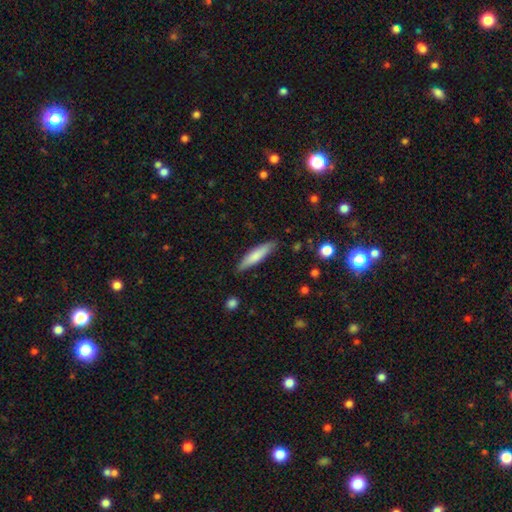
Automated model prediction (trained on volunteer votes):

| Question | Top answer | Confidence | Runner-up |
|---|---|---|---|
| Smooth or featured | smooth | 73% | featured or disk (21%) |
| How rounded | cigar-shaped | 81% | in between (17%) |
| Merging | none | 86% | minor disturbance (11%) |